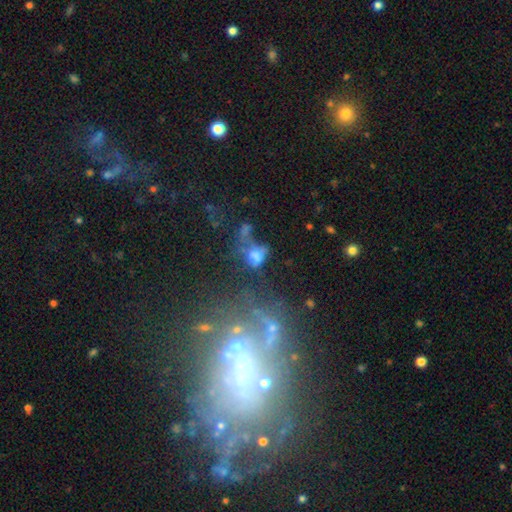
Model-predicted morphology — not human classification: type=smooth (45%); merging=major disturbance (35%).